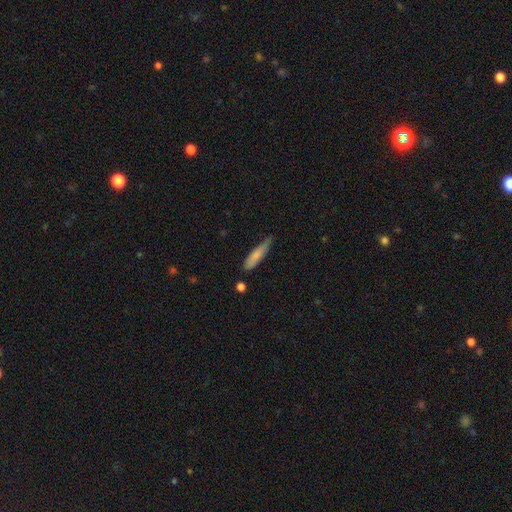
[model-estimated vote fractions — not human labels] This appears to be a smooth galaxy with no disk features (76%) that is cigar-shaped (80%). Merging: none (61%).